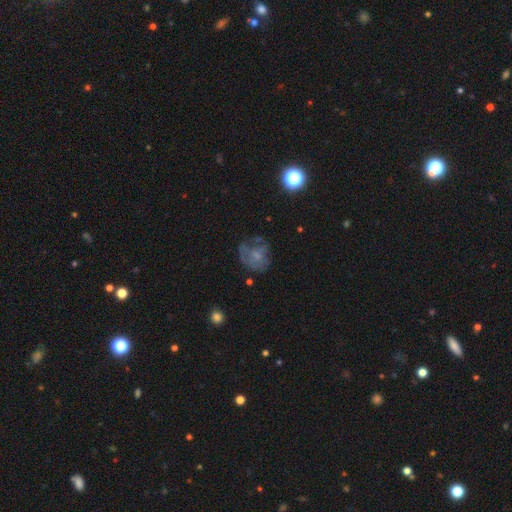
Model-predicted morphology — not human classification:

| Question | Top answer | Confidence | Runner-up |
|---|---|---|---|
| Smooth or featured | featured or disk | 46% | smooth (41%) |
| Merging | none | 43% | major disturbance (29%) |